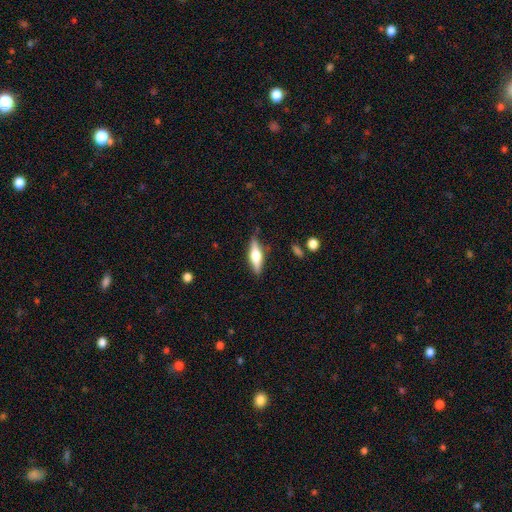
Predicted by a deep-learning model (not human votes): The model was most divided on "smooth or featured": featured or disk: 57%, smooth: 37%, star or artifact: 6%. More confident: edge-on disk — yes (95%); edge-on bulge — rounded (90%); merging — none (83%).